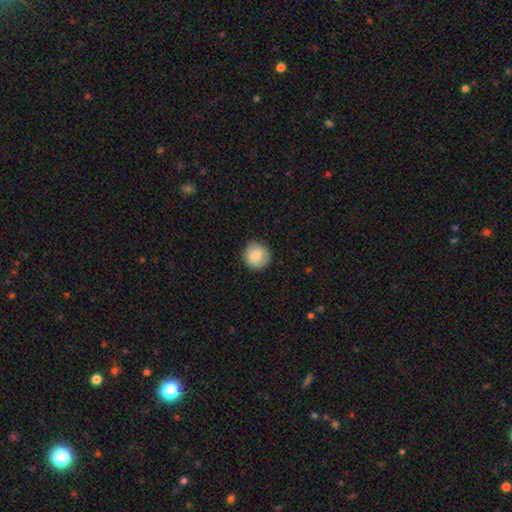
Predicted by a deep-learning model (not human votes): Overall: smooth (81%). How rounded: round (95%). Merging: none (89%).